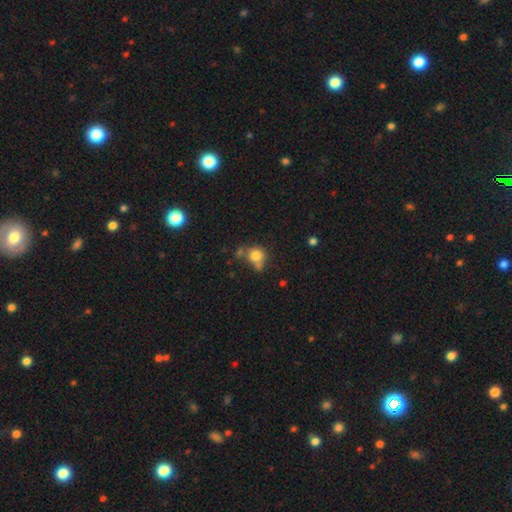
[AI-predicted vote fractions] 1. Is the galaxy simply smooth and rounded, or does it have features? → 77% smooth, 12% star or artifact, 11% featured or disk.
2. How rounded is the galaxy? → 78% round, 21% in between, 1% cigar-shaped.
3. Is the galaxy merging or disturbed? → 45% none, 29% merger, 17% minor disturbance, 9% major disturbance.